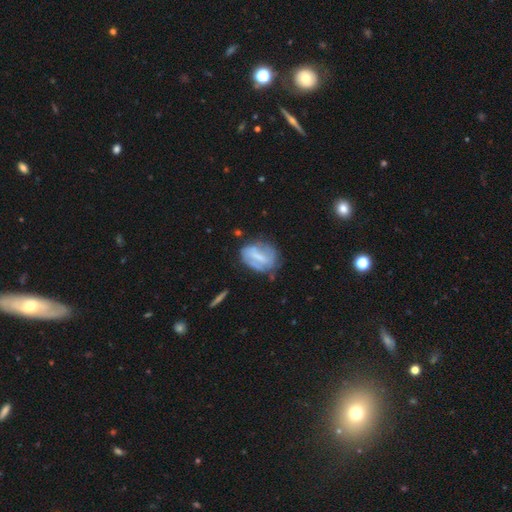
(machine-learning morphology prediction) Q: Smooth or featured?
A: featured or disk (58%); runner-up: smooth (33%)
Q: Edge-on disk?
A: no (94%); runner-up: yes (6%)
Q: Bar?
A: strong (47%); runner-up: weak (37%)
Q: Spiral arms?
A: yes (58%); runner-up: no (42%)
Q: Bulge size?
A: none (38%); runner-up: small (33%)
Q: Merging?
A: none (57%); runner-up: minor disturbance (27%)